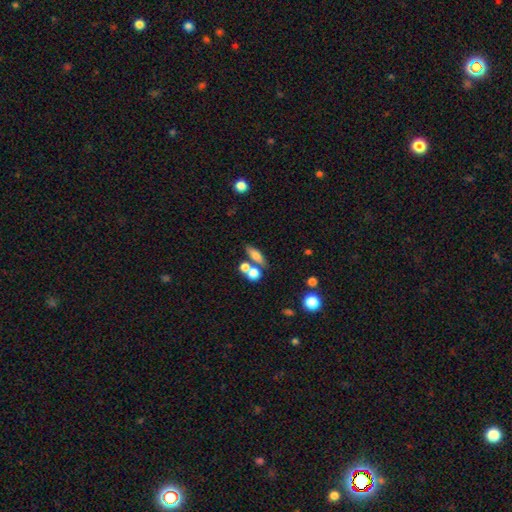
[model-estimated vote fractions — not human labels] Smooth or featured? smooth (69%)
How rounded? in between (52%)
Merging? none (54%)